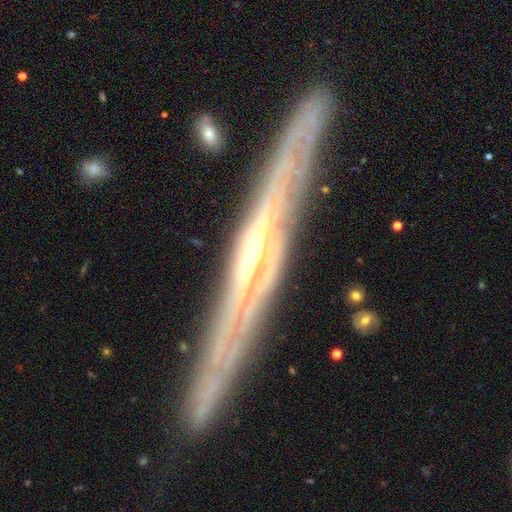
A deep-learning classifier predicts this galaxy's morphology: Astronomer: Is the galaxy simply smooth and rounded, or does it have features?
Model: featured or disk — 86%.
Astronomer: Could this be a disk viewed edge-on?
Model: yes — 89%.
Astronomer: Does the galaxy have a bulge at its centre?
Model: rounded — 64%.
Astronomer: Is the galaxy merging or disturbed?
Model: none — 87%.